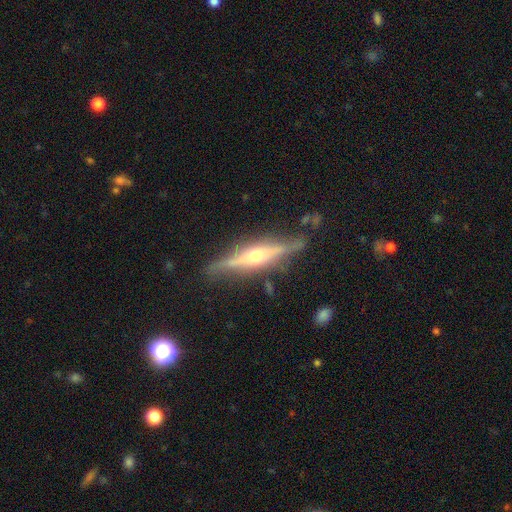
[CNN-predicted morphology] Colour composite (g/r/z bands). It shows a featured or disk galaxy (80%) viewed edge-on (96%) with a rounded central bulge (90%). Merging: none (82%).